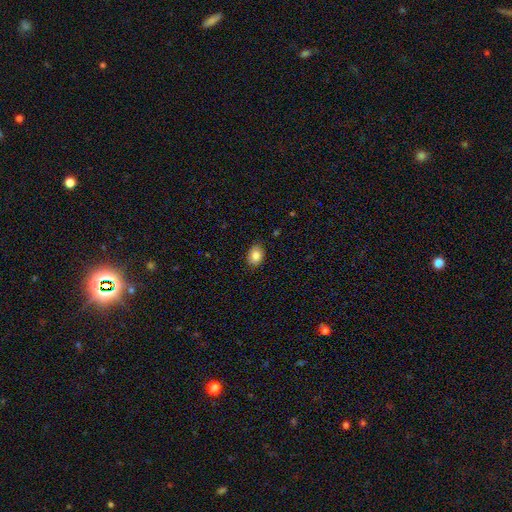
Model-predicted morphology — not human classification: smooth_or_featured: smooth (p=0.83) [alt: featured or disk p=0.08]
how_rounded: in between (p=0.66) [alt: round p=0.33]
merging: none (p=0.88) [alt: minor disturbance p=0.10]